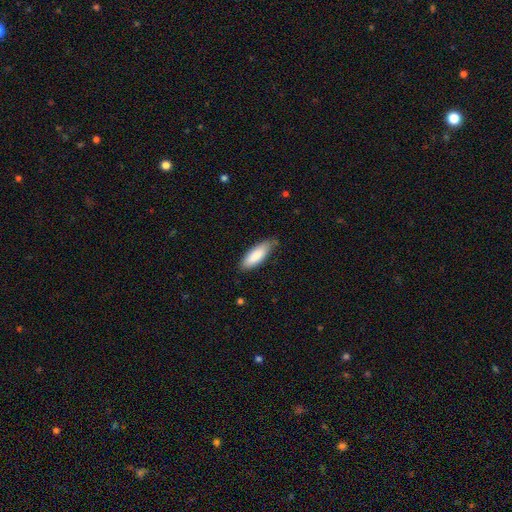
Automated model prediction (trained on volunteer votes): Smooth or featured: smooth — 87% (featured or disk — 8%)
How rounded: in between — 63% (cigar-shaped — 35%)
Merging: none — 75% (minor disturbance — 21%)